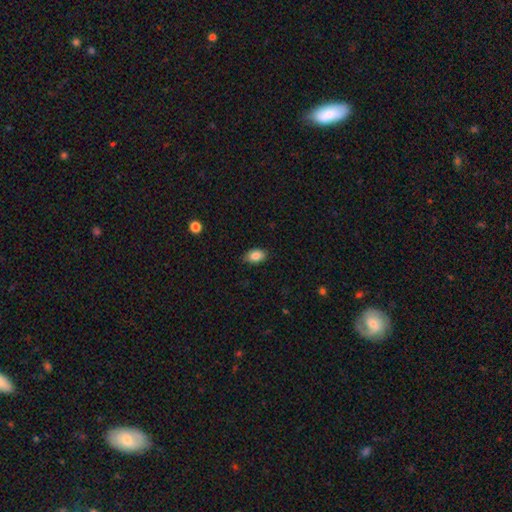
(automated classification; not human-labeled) smooth_or_featured: smooth (p=0.85) [alt: star or artifact p=0.08]
how_rounded: in between (p=0.87) [alt: round p=0.12]
merging: none (p=0.83) [alt: minor disturbance p=0.14]